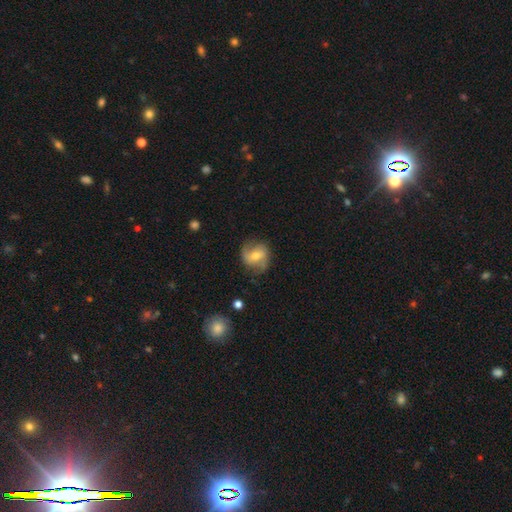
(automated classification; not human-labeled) A featured or disk galaxy (60%) with a weak bar (43%), spiral arms (84%) and a moderate central bulge (58%). Merging: none (70%).